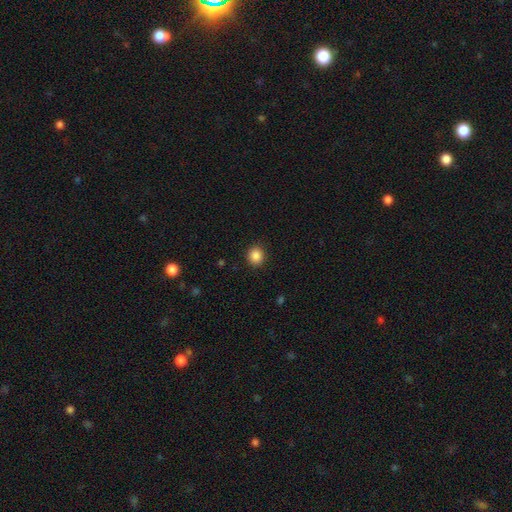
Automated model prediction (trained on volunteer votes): Smooth or featured? Predicted: smooth (p=0.86). How rounded? Predicted: round (p=0.85). Merging? Predicted: none (p=0.90).